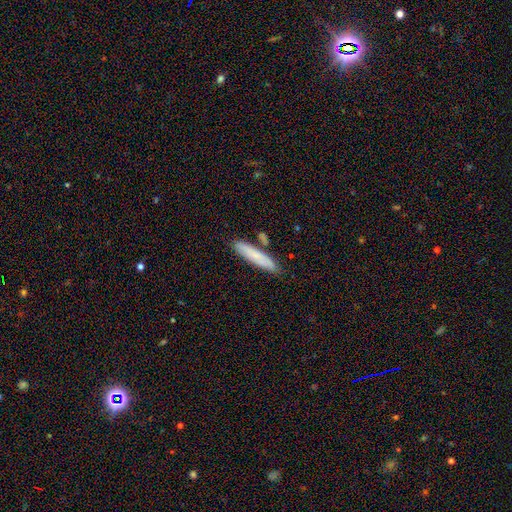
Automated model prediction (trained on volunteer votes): Smooth or featured: smooth — 76% (featured or disk — 18%)
How rounded: cigar-shaped — 87% (in between — 12%)
Merging: none — 79% (minor disturbance — 12%)